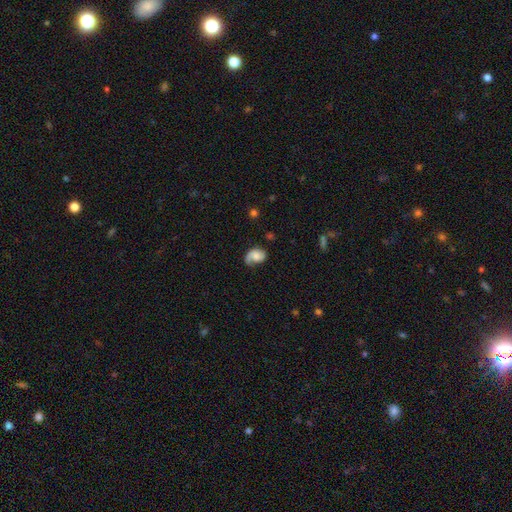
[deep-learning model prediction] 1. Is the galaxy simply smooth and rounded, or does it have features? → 49% featured or disk, 43% smooth, 8% star or artifact.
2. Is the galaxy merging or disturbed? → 46% none, 29% minor disturbance, 22% major disturbance, 3% merger.